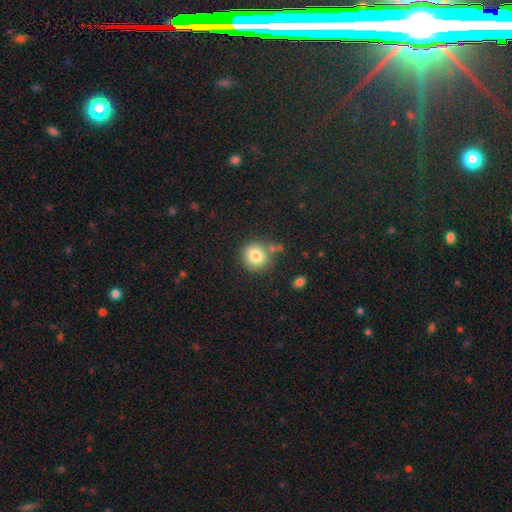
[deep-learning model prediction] Smooth or featured? smooth (81%)
How rounded? round (88%)
Merging? none (76%)